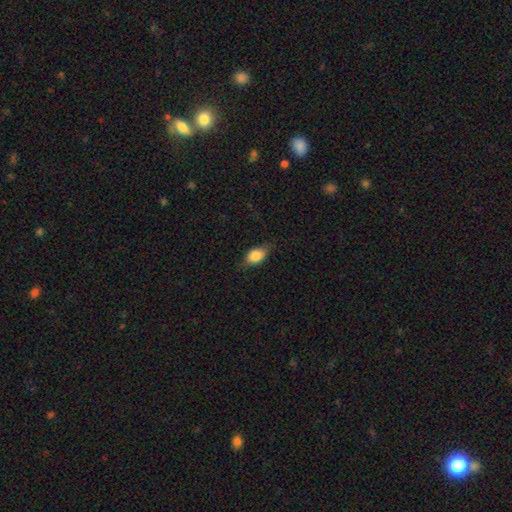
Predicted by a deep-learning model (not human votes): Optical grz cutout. It shows a smooth galaxy with no disk features (80%) that is in between round and cigar-shaped (82%). Merging: none (74%).